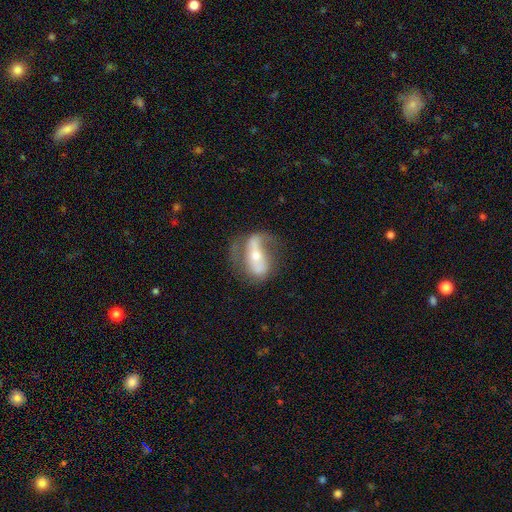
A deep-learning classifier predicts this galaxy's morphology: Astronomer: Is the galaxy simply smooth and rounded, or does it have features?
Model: featured or disk — 69%.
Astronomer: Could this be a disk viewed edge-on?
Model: no — 86%.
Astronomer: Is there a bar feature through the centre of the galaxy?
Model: strong — 52%.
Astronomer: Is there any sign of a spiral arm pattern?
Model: yes — 65%.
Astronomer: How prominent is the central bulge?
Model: moderate — 47% (runner-up: small, 46%).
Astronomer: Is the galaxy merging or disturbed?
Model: none — 47% (runner-up: major disturbance, 25%).